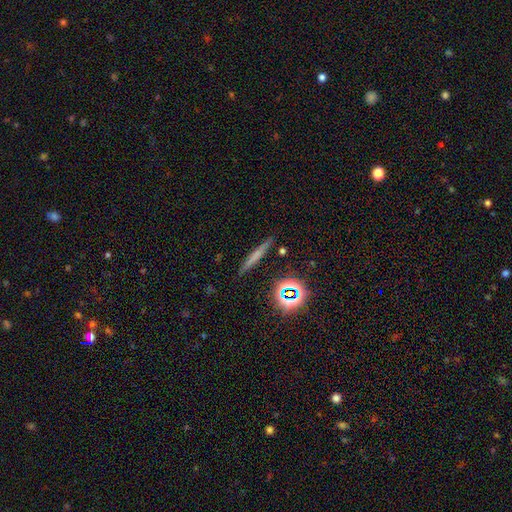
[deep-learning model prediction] Smooth or featured?
  - smooth: 52% *
  - featured or disk: 32%
  - star or artifact: 16%
How rounded?
  - cigar-shaped: 90% *
  - round: 5%
  - in between: 5%
Merging?
  - none: 88% *
  - minor disturbance: 8%
  - major disturbance: 2%
  - merger: 2%